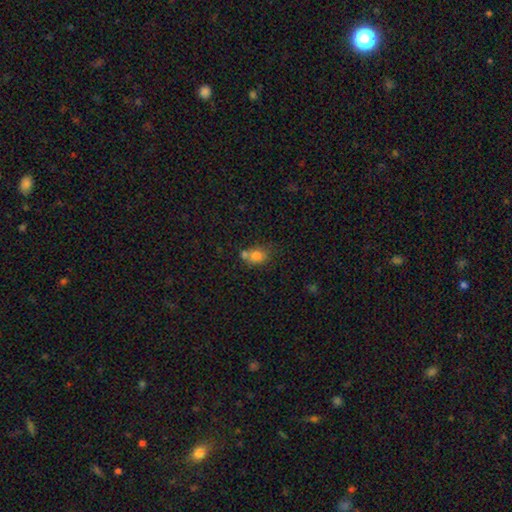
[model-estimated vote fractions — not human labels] Smooth or featured: smooth — 78% (star or artifact — 12%)
How rounded: in between — 50% (round — 49%)
Merging: merger — 42% (none — 40%)